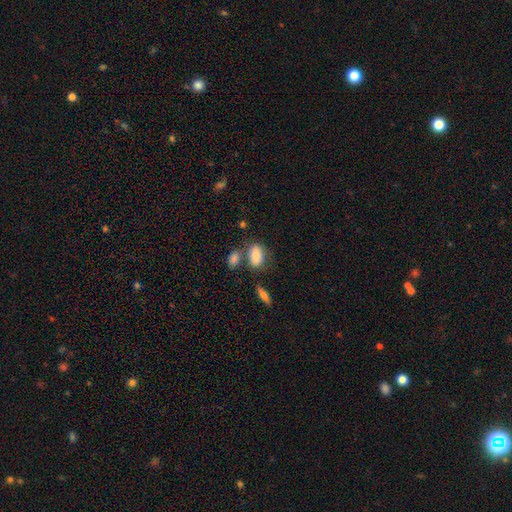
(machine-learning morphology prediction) Smooth or featured? smooth (81%)
How rounded? in between (89%)
Merging? none (58%)